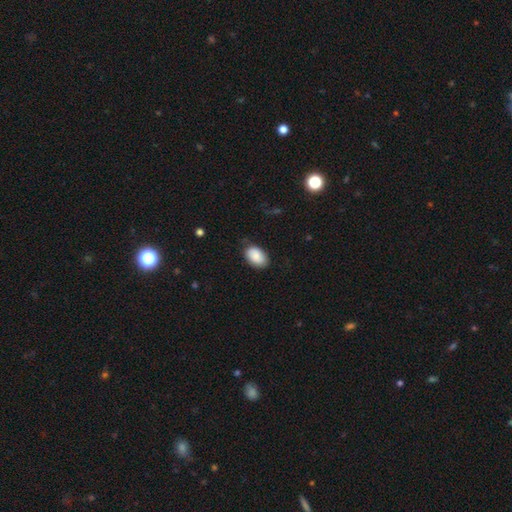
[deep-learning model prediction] smooth 88%, star or artifact 6%, featured or disk 6%. Down the decision tree: how rounded — in between (91%); merging — none (78%).